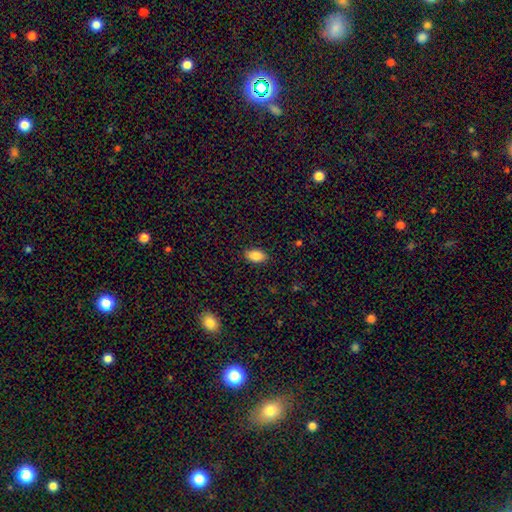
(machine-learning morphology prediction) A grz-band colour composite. It shows a smooth galaxy with no disk features (86%) that is in between round and cigar-shaped (92%). Merging: none (87%).